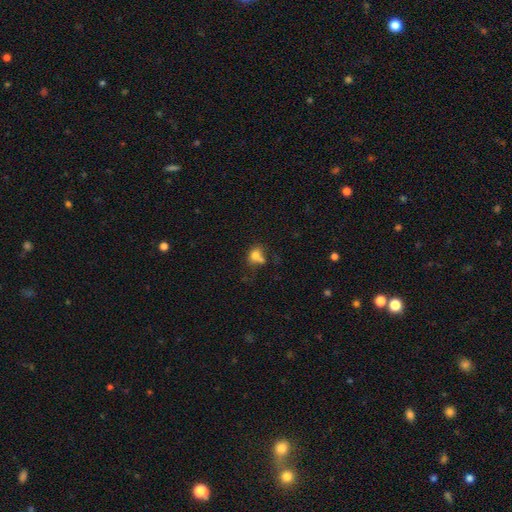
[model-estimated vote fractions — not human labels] Morphology: type=smooth (75%); roundness=round (55%); merging=none (38%).